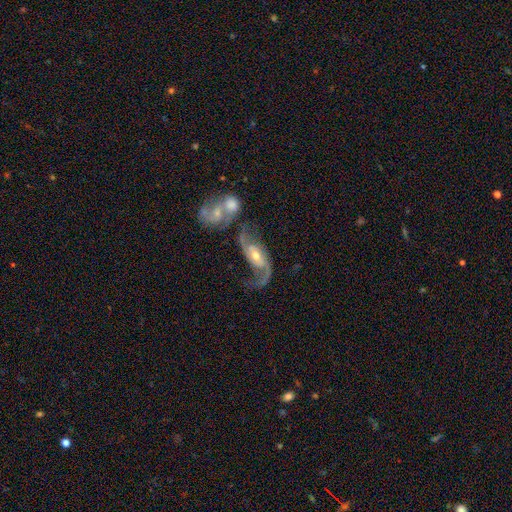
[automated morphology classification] Overall: featured or disk (87%). Edge-on disk: no (96%). Bar: no (41%; weak 38%). Spiral arms: yes (95%). Spiral arm count: 2 (86%). Spiral winding: loose (63%; medium 29%). Bulge size: moderate (58%; small 35%). Merging: none (40%; merger 26%).